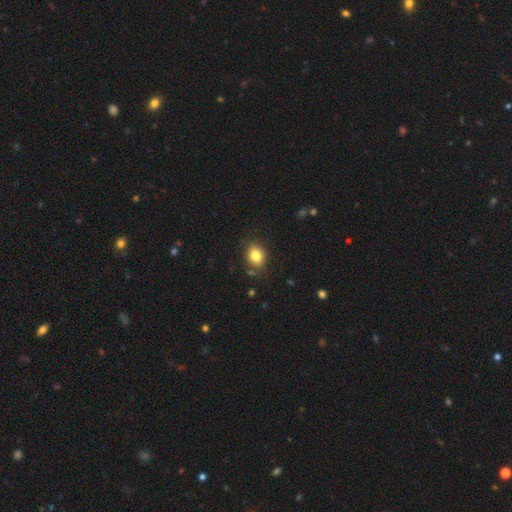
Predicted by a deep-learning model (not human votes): smooth-or-featured: smooth: 82% | star or artifact: 10% | featured or disk: 8%
  how-rounded: in between: 63% | round: 36% | cigar-shaped: 1%
  merging: none: 83% | minor disturbance: 11% | major disturbance: 3% | merger: 2%